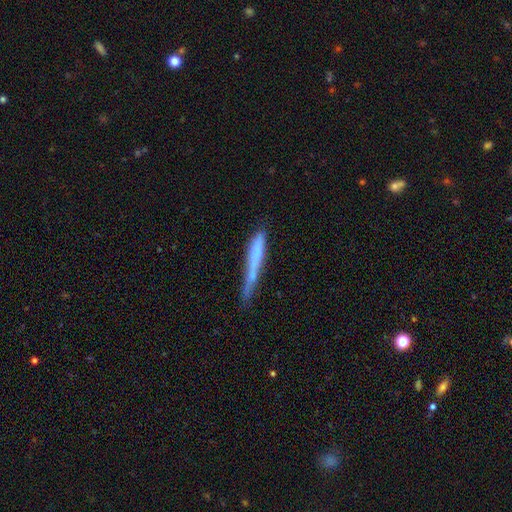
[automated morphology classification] A smooth galaxy with no disk features (62%) that is cigar-shaped (95%).

Vote fractions:
- Smooth or featured? smooth: 62% / featured or disk: 31% / star or artifact: 7%
- How rounded? cigar-shaped: 95% / in between: 3% / round: 1%
- Merging? none: 55% / minor disturbance: 30% / major disturbance: 10% / merger: 6%